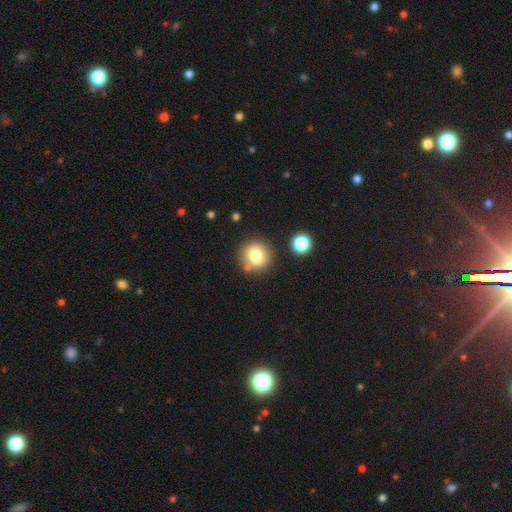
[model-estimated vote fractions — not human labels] Smooth or featured? smooth (78%)
How rounded? round (89%)
Merging? none (78%)